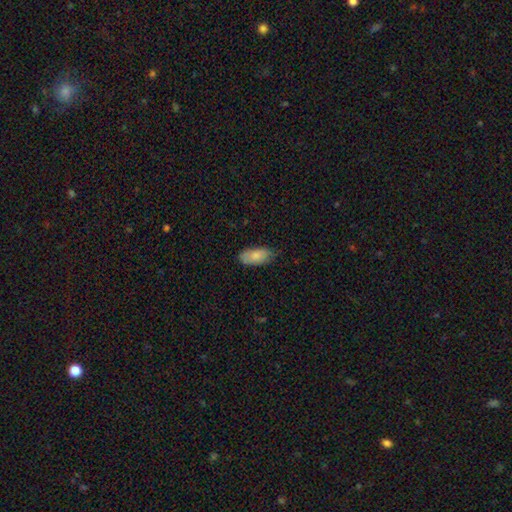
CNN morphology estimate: smooth-or-featured: smooth: 83% | featured or disk: 11% | star or artifact: 6%
  how-rounded: in between: 90% | cigar-shaped: 8% | round: 2%
  merging: none: 64% | minor disturbance: 29% | major disturbance: 5% | merger: 1%